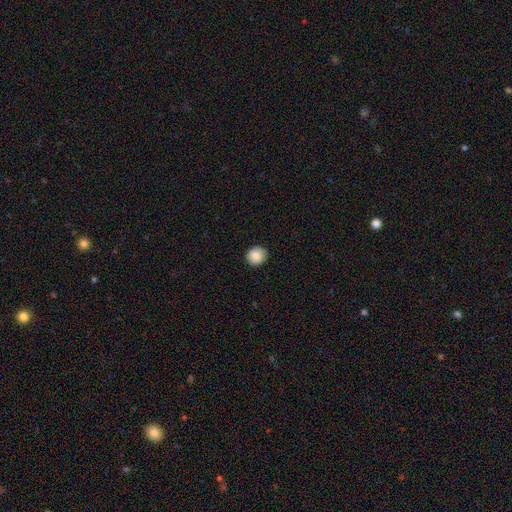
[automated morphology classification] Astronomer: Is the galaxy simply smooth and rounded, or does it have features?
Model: smooth — 87%.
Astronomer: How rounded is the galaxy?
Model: round — 84%.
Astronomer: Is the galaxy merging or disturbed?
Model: none — 88%.